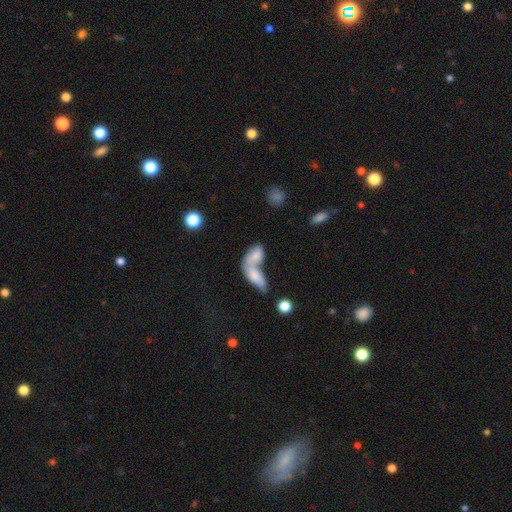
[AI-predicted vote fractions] smooth-or-featured: smooth: 73% | featured or disk: 19% | star or artifact: 8%
  how-rounded: in between: 85% | cigar-shaped: 10% | round: 5%
  merging: merger: 73% | none: 16% | minor disturbance: 6% | major disturbance: 5%